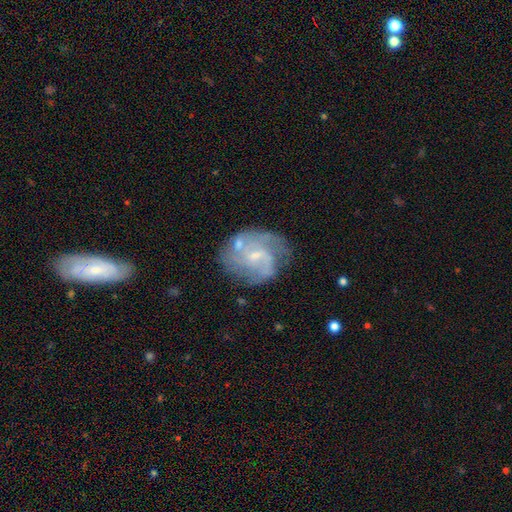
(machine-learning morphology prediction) This is likely a featured or disk galaxy (78%). It is clearly not viewed edge-on (98%). Bar: possibly weak (51%). Spiral arm pattern: clearly yes (87%). Spiral arm count: marginally 2 (34%). Spiral winding: marginally medium (44%). Central bulge: likely small (65%). Merging: possibly none (56%).